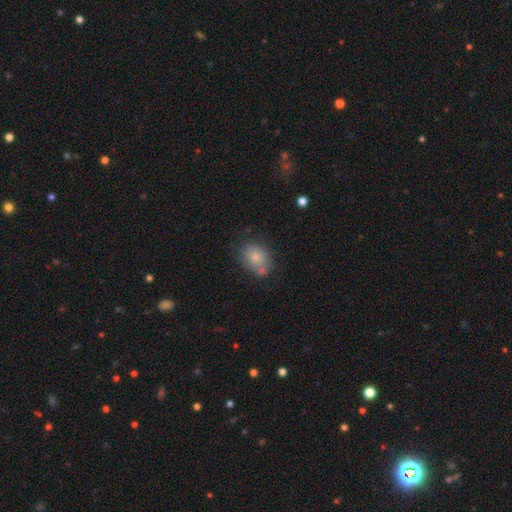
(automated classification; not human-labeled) Morphology: type=smooth (78%); roundness=in between (63%); merging=none (61%).